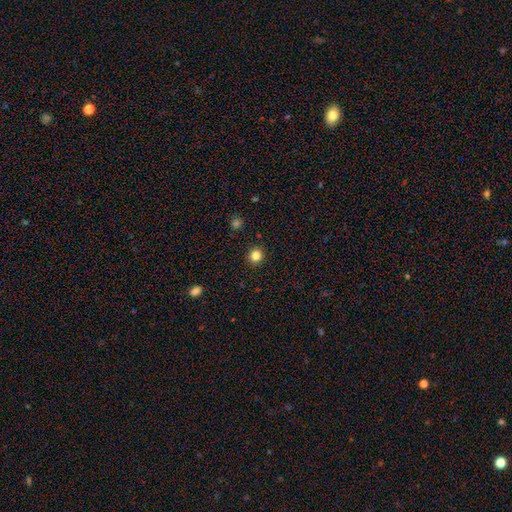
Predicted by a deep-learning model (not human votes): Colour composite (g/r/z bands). It shows a smooth galaxy with no disk features (83%) that is round (92%). Merging: none (92%).